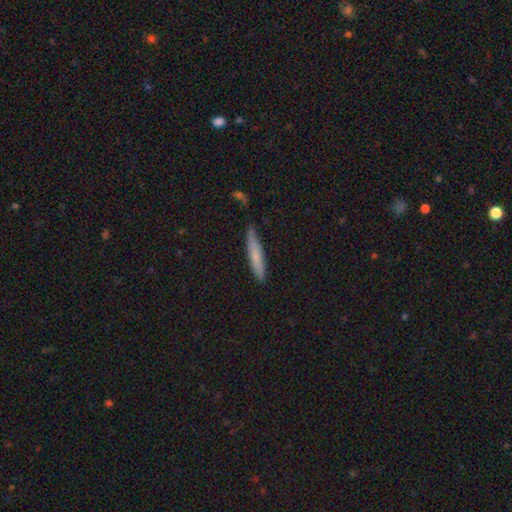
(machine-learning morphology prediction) Smooth or featured? smooth (69%)
How rounded? cigar-shaped (93%)
Merging? none (81%)